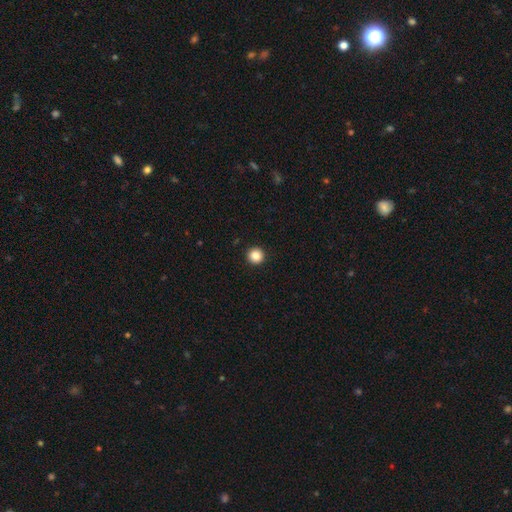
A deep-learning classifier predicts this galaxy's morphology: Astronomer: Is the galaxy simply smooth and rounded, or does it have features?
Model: smooth — 85%.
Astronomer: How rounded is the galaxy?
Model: round — 96%.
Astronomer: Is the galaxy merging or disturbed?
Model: none — 94%.